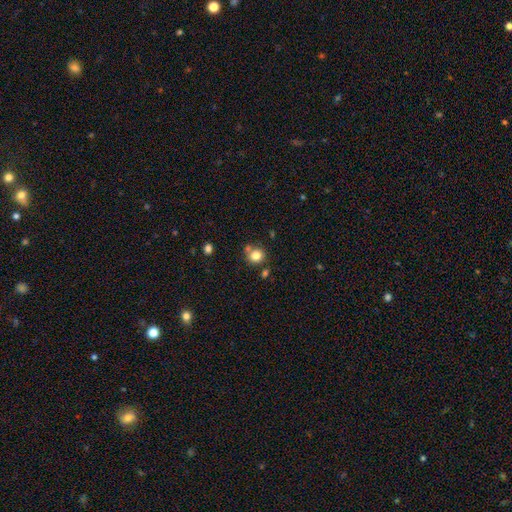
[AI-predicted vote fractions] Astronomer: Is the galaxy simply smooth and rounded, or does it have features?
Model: smooth — 81%.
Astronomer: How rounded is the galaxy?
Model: round — 88%.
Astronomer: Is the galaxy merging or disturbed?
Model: none — 68%.